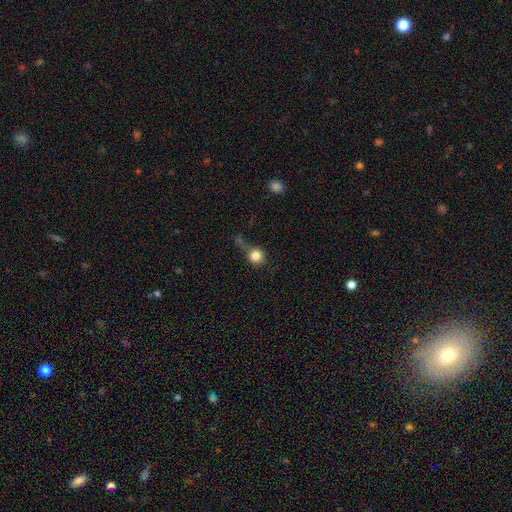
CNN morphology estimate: smooth 82%, star or artifact 10%, featured or disk 8%. Down the decision tree: how rounded — round (92%); merging — none (45%).